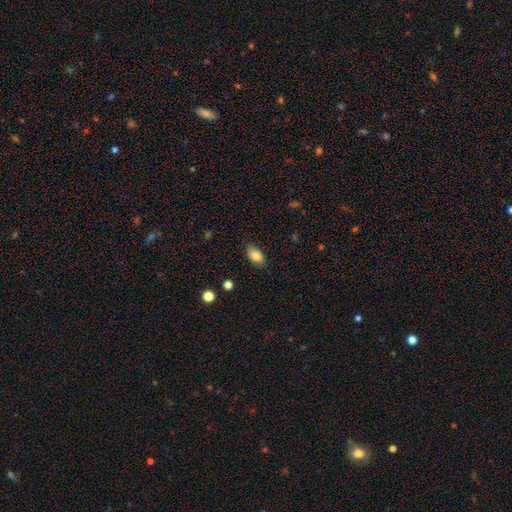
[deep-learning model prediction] A smooth galaxy with no disk features (84%) that is in between round and cigar-shaped (90%).

Vote fractions:
- Smooth or featured? smooth: 84% / featured or disk: 9% / star or artifact: 8%
- How rounded? in between: 90% / round: 7% / cigar-shaped: 3%
- Merging? none: 81% / minor disturbance: 15% / major disturbance: 3% / merger: 1%